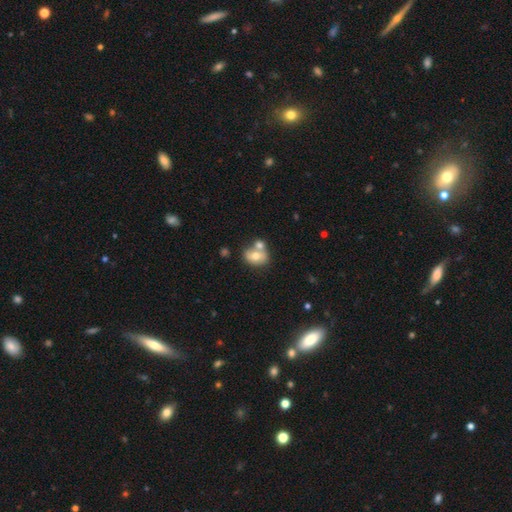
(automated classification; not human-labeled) Overall: smooth (62%; featured or disk 30%). How rounded: in between (59%; round 40%). Merging: merger (43%; none 40%).